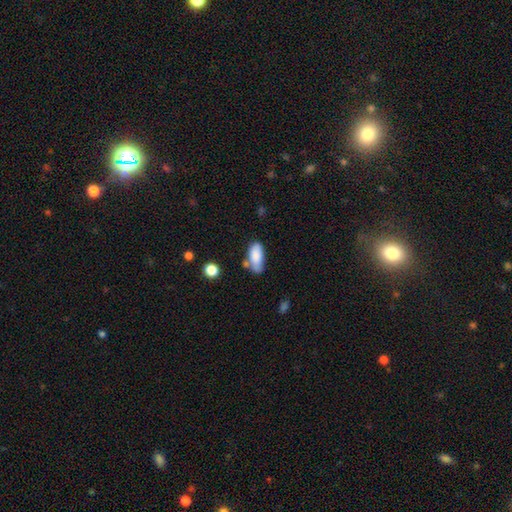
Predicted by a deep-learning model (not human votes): Overall: smooth (82%). How rounded: in between (89%). Merging: none (47%; minor disturbance 29%).